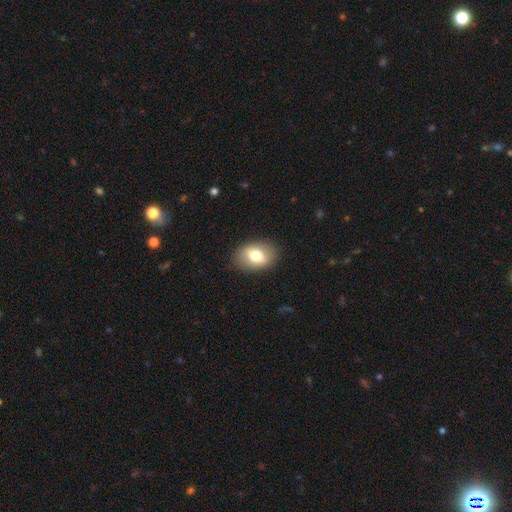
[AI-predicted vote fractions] Smooth or featured? Predicted: smooth (p=0.71). How rounded? Predicted: in between (p=0.77). Merging? Predicted: none (p=0.86).